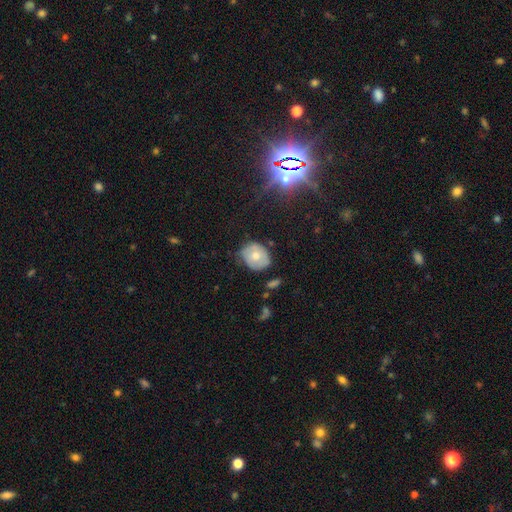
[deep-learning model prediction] Overall: smooth (64%; featured or disk 28%). How rounded: round (58%; in between 41%). Merging: none (61%; minor disturbance 31%).